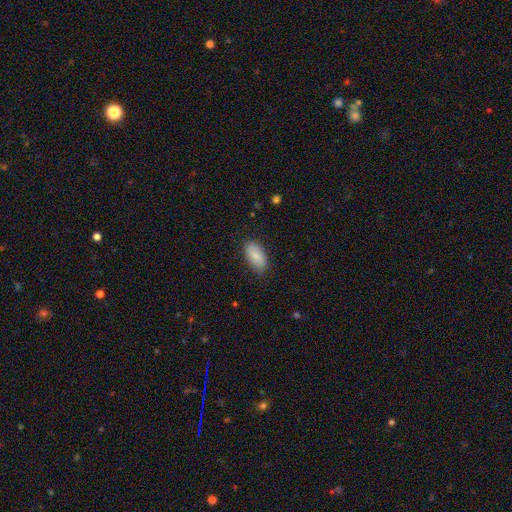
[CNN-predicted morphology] smooth 84%, featured or disk 10%, star or artifact 6%. Down the decision tree: how rounded — in between (93%); merging — none (79%).